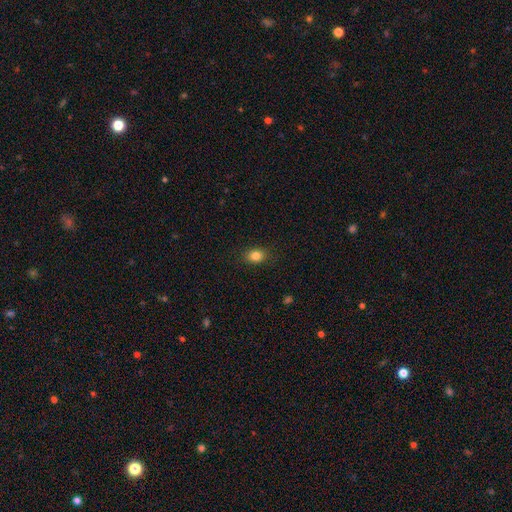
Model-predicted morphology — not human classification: Overall: smooth (84%). How rounded: in between (63%; round 36%). Merging: none (88%).